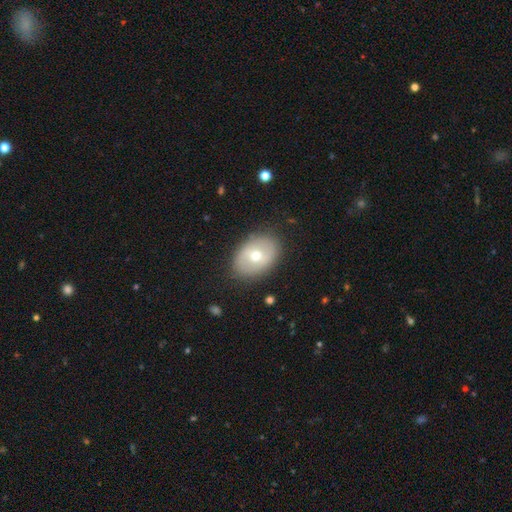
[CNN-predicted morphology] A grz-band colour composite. It shows a smooth galaxy with no disk features (56%) that is in between round and cigar-shaped (74%). Merging: none (84%).